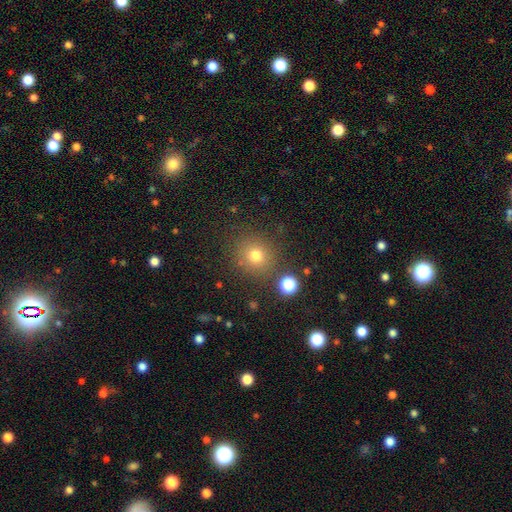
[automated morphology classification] Overall: smooth (74%). How rounded: round (88%). Merging: none (82%).